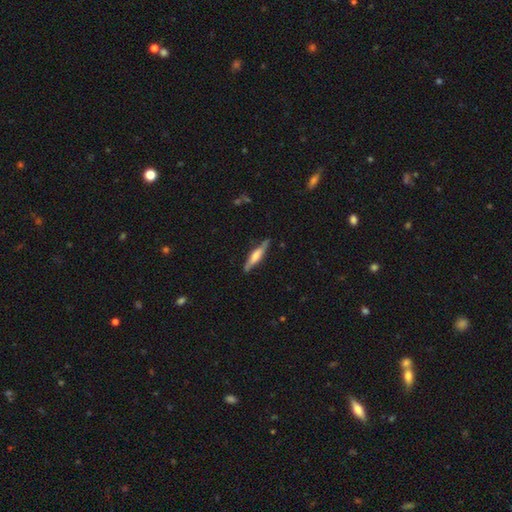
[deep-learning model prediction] featured or disk 55%, smooth 39%, star or artifact 6%. Down the decision tree: edge-on disk — yes (94%); edge-on bulge — rounded (53%); merging — none (84%).